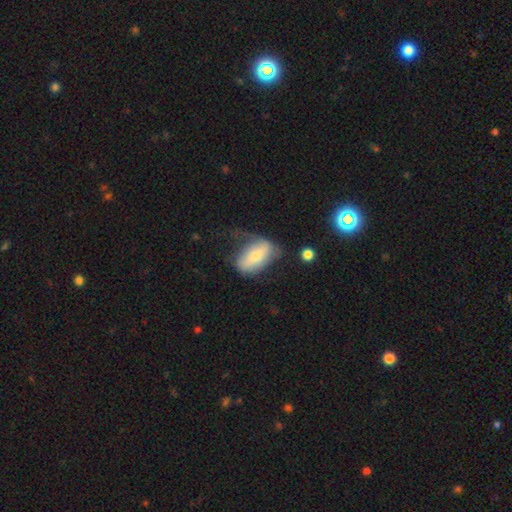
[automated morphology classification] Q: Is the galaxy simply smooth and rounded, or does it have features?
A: smooth — 47%.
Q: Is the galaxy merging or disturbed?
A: none — 35%.